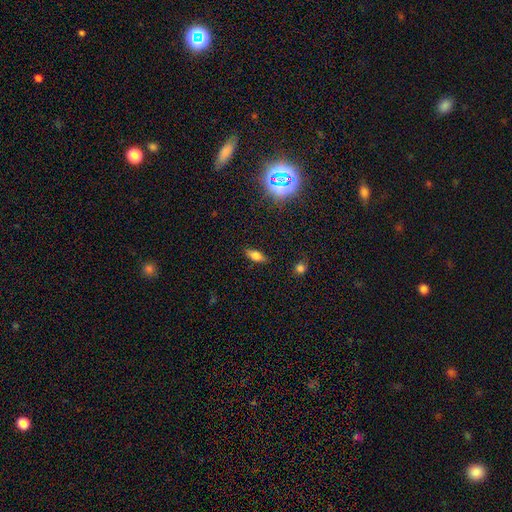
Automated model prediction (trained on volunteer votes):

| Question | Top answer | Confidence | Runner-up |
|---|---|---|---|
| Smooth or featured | smooth | 70% | featured or disk (16%) |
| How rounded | in between | 79% | cigar-shaped (16%) |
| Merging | none | 84% | minor disturbance (11%) |